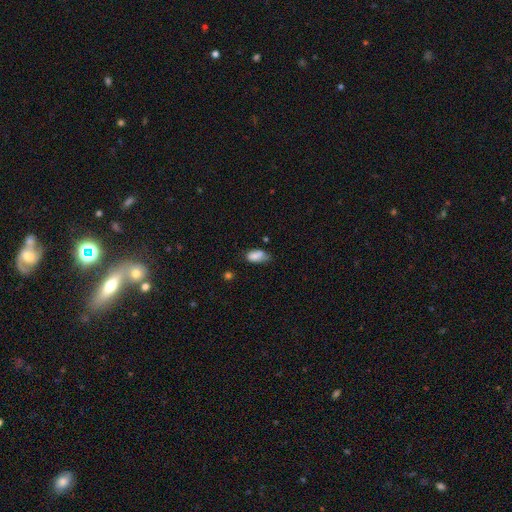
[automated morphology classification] Smooth or featured? smooth (80%)
How rounded? in between (89%)
Merging? none (43%)